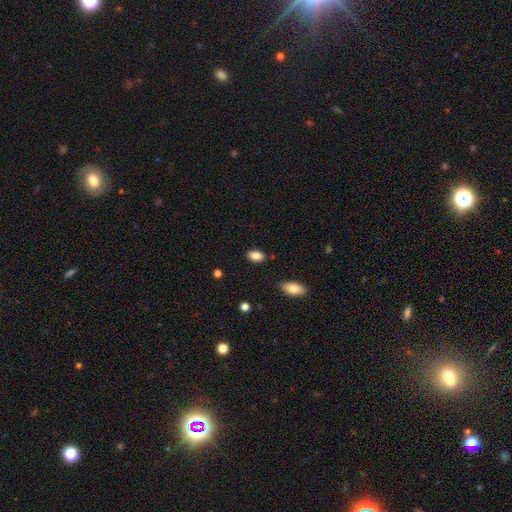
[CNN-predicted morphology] smooth 86%, star or artifact 8%, featured or disk 6%. Down the decision tree: how rounded — in between (88%); merging — none (84%).